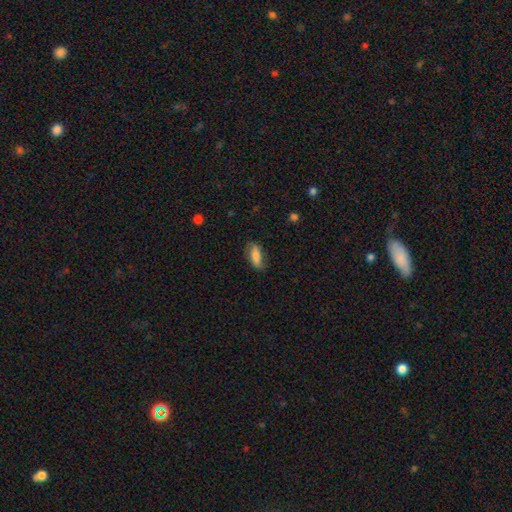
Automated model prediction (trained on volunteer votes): Smooth or featured: smooth — 68% (featured or disk — 25%)
How rounded: in between — 70% (cigar-shaped — 27%)
Merging: none — 71% (minor disturbance — 21%)